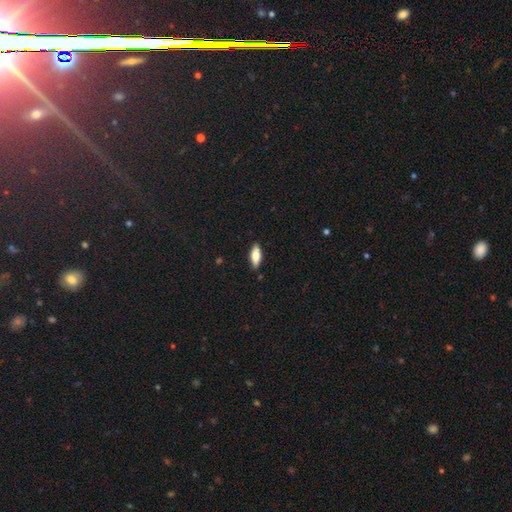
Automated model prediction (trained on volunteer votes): Smooth or featured: smooth — 72% (featured or disk — 22%)
How rounded: in between — 68% (cigar-shaped — 29%)
Merging: none — 88% (minor disturbance — 9%)